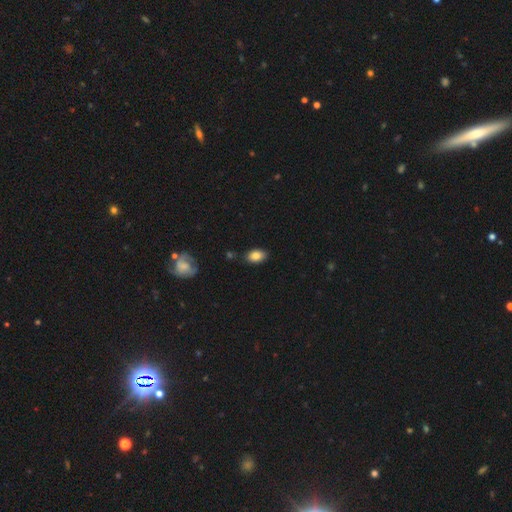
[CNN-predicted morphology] This is clearly a smooth galaxy (85%). How rounded: clearly in between (89%). Merging: clearly none (82%).